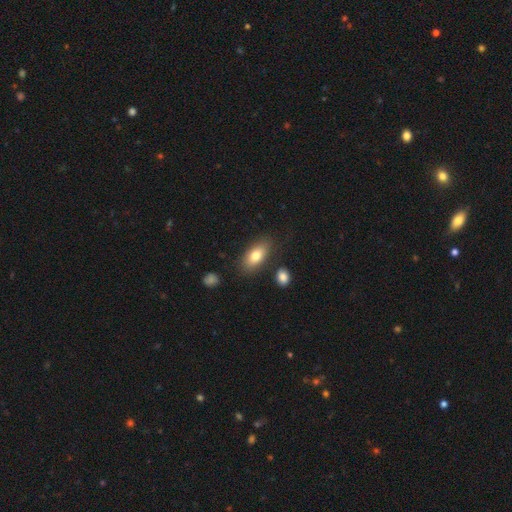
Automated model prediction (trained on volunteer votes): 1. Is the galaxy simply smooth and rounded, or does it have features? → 77% smooth, 16% featured or disk, 7% star or artifact.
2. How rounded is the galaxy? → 87% in between, 8% cigar-shaped, 5% round.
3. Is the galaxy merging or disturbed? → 80% none, 12% minor disturbance, 4% merger, 3% major disturbance.